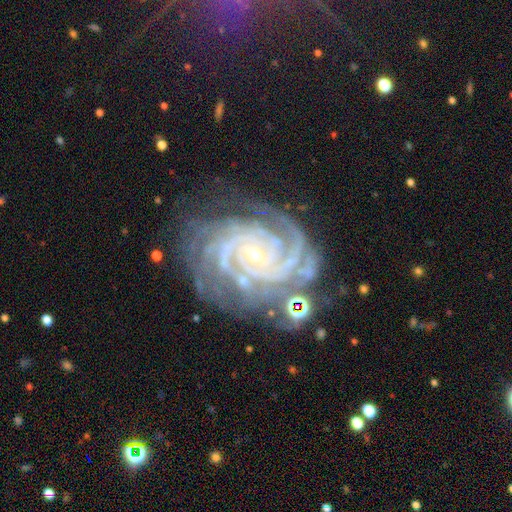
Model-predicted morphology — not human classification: Overall: featured or disk (91%). Edge-on disk: no (98%). Bar: no (68%). Spiral arms: yes (99%). Spiral arm count: 4 (28%; 3 22%). Spiral winding: tight (81%). Bulge size: small (83%). Merging: none (69%).